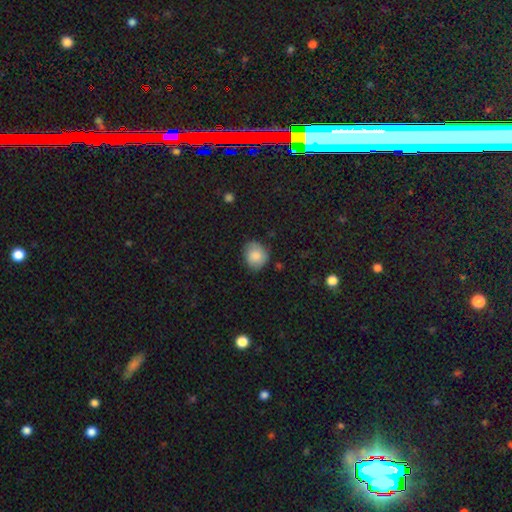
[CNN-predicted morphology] smooth 80%, featured or disk 11%, star or artifact 8%. Down the decision tree: how rounded — round (70%); merging — none (70%).